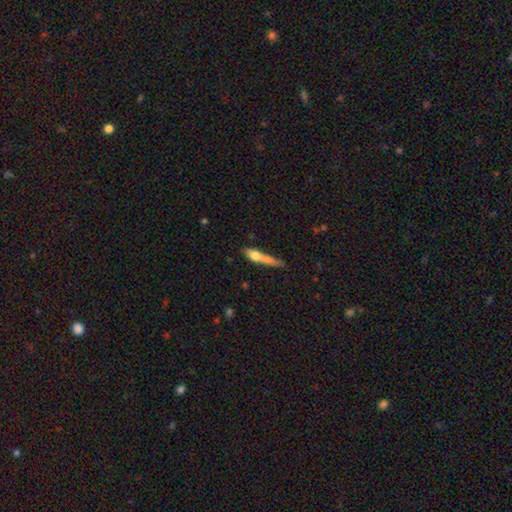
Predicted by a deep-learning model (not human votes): A smooth galaxy with no disk features (60%) that is cigar-shaped (80%). Merging: none (37%).